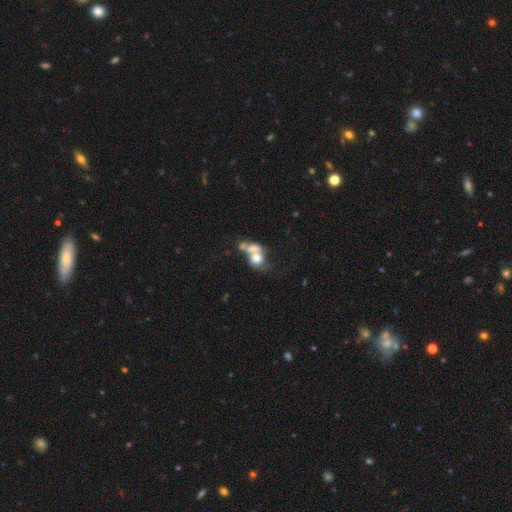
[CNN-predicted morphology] A smooth galaxy with no disk features (56%) that is in between round and cigar-shaped (55%). Merging: merger (66%).